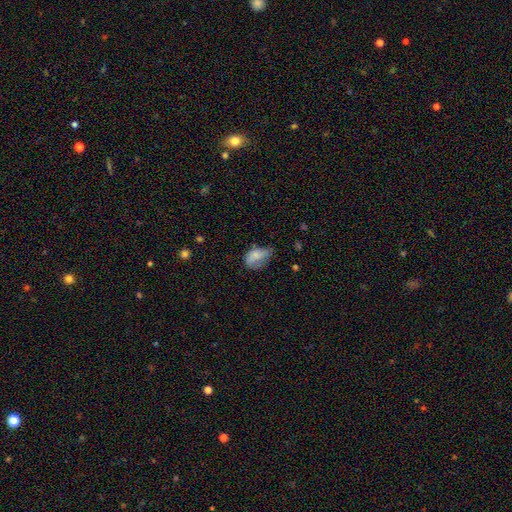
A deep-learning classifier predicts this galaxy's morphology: type=smooth (73%); roundness=in between (87%); merging=minor disturbance (40%).